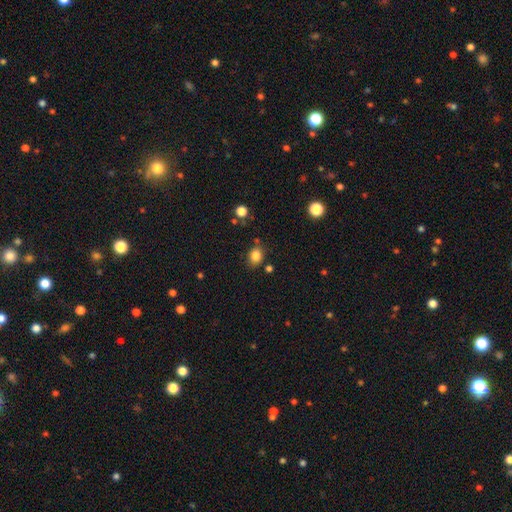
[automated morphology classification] smooth_or_featured: smooth (p=0.83) [alt: star or artifact p=0.11]
how_rounded: in between (p=0.50) [alt: round p=0.49]
merging: none (p=0.78) [alt: minor disturbance p=0.13]